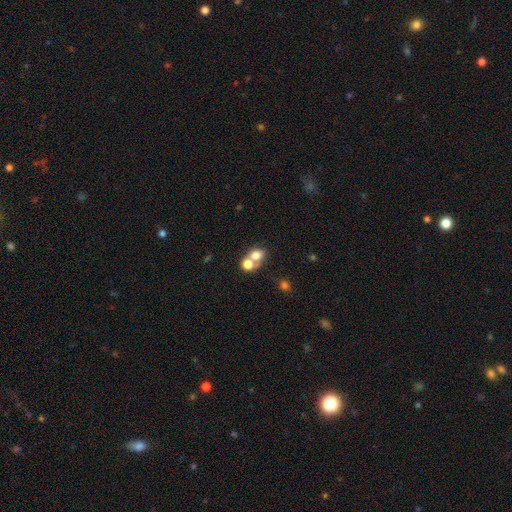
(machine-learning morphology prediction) smooth_or_featured: smooth (p=0.72) [alt: featured or disk p=0.16]
how_rounded: round (p=0.59) [alt: in between p=0.40]
merging: merger (p=0.58) [alt: none p=0.30]